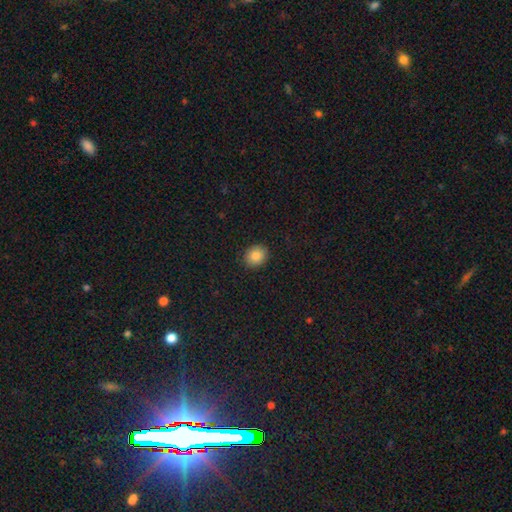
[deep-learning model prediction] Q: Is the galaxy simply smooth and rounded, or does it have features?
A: smooth — 86%.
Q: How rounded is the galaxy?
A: round — 67%.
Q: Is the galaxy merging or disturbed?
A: none — 91%.